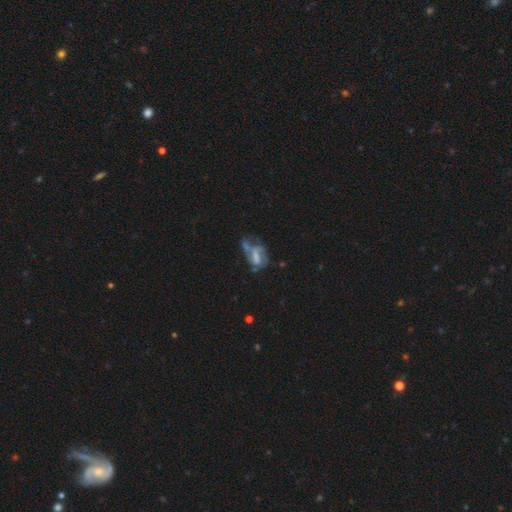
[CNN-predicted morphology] Q: Smooth or featured?
A: featured or disk (57%); runner-up: smooth (32%)
Q: Edge-on disk?
A: no (96%); runner-up: yes (4%)
Q: Bar?
A: no (42%); runner-up: weak (36%)
Q: Spiral arms?
A: yes (54%); runner-up: no (46%)
Q: Bulge size?
A: none (40%); runner-up: moderate (25%)
Q: Merging?
A: major disturbance (38%); runner-up: none (24%)